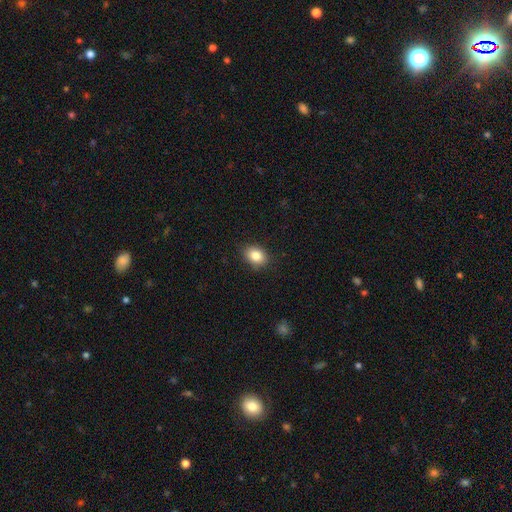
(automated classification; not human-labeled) This appears to be a smooth galaxy with no disk features (84%) that is in between round and cigar-shaped (63%). Merging: none (87%).